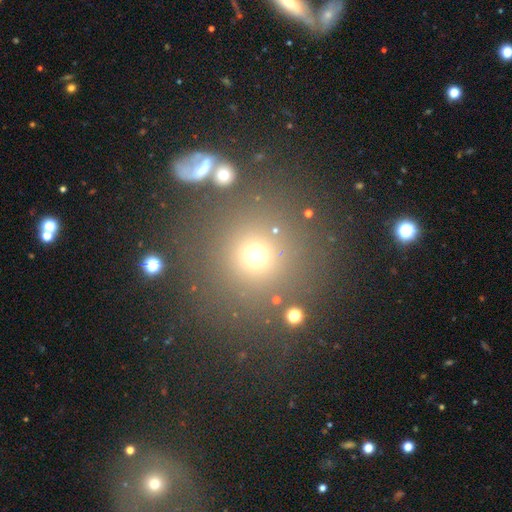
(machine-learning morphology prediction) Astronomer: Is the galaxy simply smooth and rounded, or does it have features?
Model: smooth — 67%.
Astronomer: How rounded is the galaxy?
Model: round — 92%.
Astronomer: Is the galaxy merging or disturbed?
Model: none — 77%.